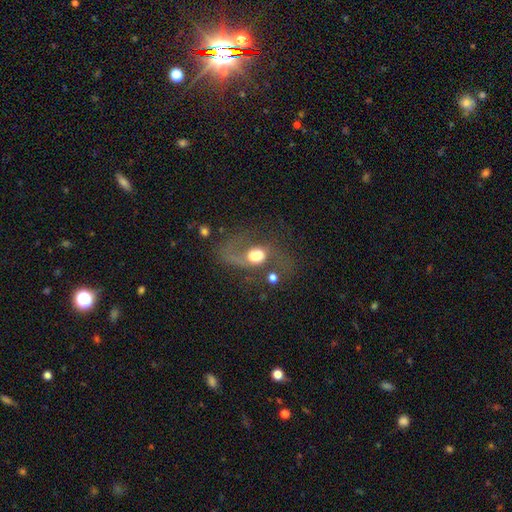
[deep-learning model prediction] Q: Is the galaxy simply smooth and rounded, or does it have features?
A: featured or disk — 55%.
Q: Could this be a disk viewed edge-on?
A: no — 95%.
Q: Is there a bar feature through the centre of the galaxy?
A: no — 61%.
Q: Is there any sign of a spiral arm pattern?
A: yes — 71%.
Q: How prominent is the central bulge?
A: large — 47%.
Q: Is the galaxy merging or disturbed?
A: major disturbance — 36%.